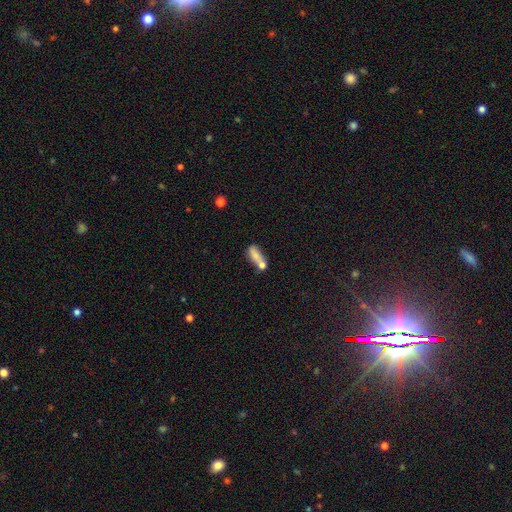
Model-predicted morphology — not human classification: type=smooth (69%); roundness=in between (66%); merging=merger (45%).